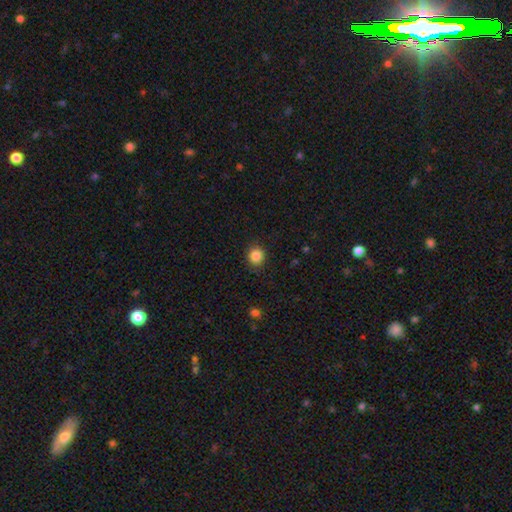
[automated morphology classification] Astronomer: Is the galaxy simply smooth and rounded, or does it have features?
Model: smooth — 86%.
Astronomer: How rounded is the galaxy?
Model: round — 87%.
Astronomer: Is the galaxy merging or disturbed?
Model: none — 90%.